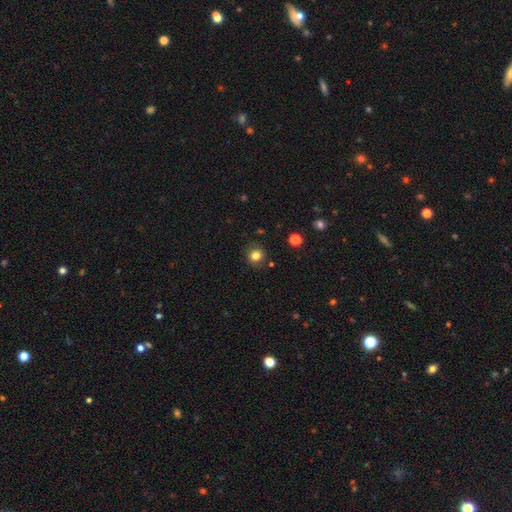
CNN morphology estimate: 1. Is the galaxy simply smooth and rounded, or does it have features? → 81% smooth, 13% star or artifact, 6% featured or disk.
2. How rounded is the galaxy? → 82% round, 17% in between, 1% cigar-shaped.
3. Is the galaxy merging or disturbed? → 85% none, 10% minor disturbance, 3% major disturbance, 2% merger.